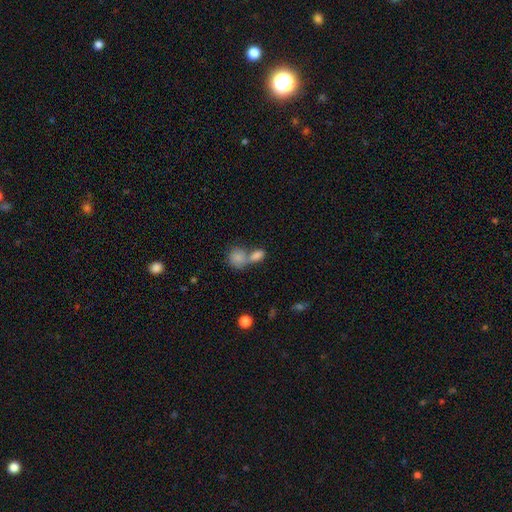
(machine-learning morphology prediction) Q: Smooth or featured?
A: smooth (77%); runner-up: featured or disk (12%)
Q: How rounded?
A: in between (62%); runner-up: round (34%)
Q: Merging?
A: merger (59%); runner-up: none (29%)